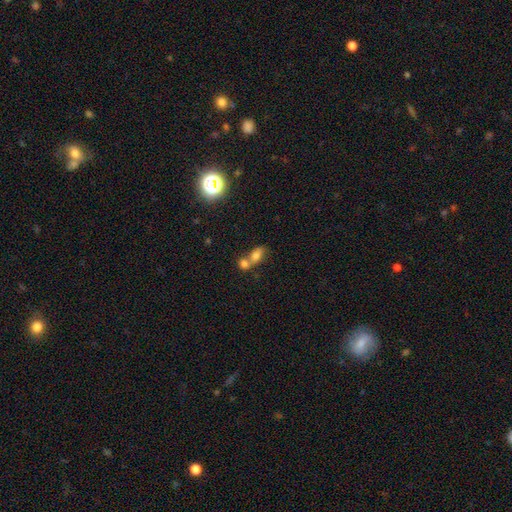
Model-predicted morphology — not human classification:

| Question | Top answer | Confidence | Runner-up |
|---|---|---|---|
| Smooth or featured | smooth | 73% | featured or disk (14%) |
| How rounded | in between | 74% | round (21%) |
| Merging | merger | 61% | none (27%) |